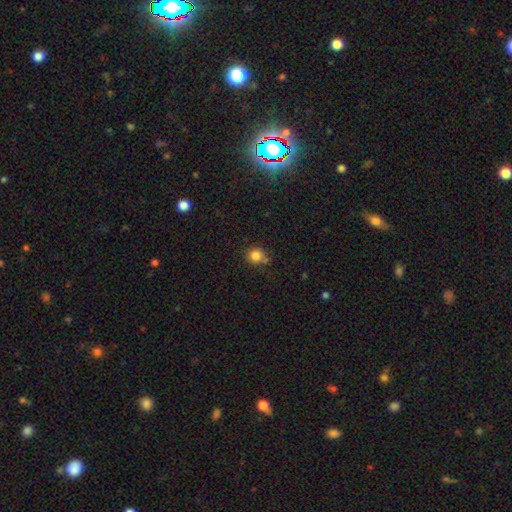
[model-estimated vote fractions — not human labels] This appears to be a smooth galaxy with no disk features (82%) that is round (84%). Merging: none (66%).